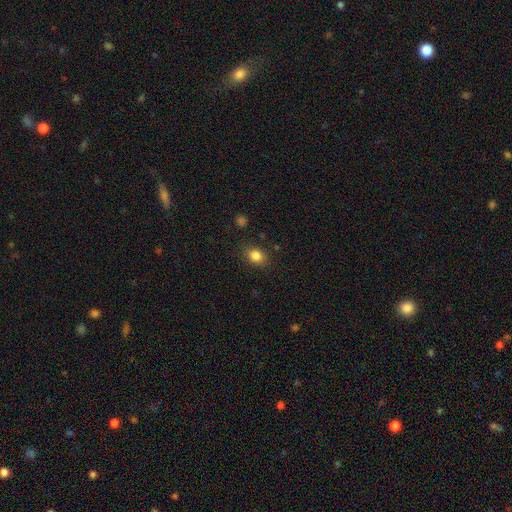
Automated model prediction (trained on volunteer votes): Smooth or featured?
  - smooth: 84% *
  - star or artifact: 11%
  - featured or disk: 5%
How rounded?
  - in between: 54% *
  - round: 45%
  - cigar-shaped: 1%
Merging?
  - none: 84% *
  - minor disturbance: 12%
  - major disturbance: 3%
  - merger: 2%